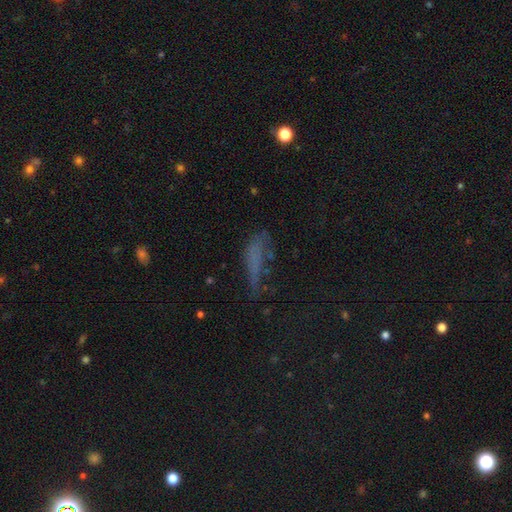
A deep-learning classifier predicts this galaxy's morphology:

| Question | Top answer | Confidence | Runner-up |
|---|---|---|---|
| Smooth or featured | smooth | 49% | star or artifact (29%) |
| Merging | none | 42% | minor disturbance (27%) |